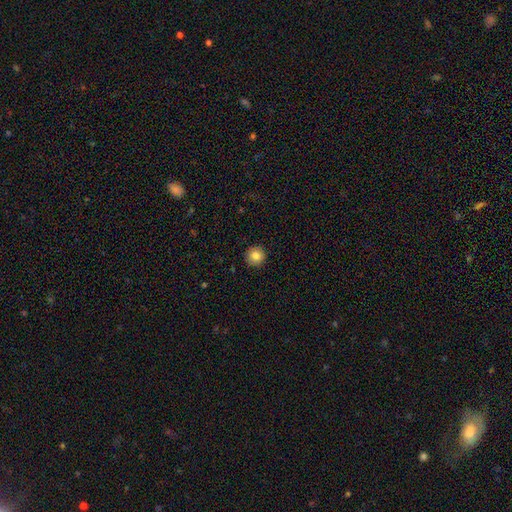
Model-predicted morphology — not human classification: Q: Smooth or featured?
A: smooth (83%); runner-up: star or artifact (9%)
Q: How rounded?
A: round (95%); runner-up: in between (5%)
Q: Merging?
A: none (92%); runner-up: minor disturbance (5%)